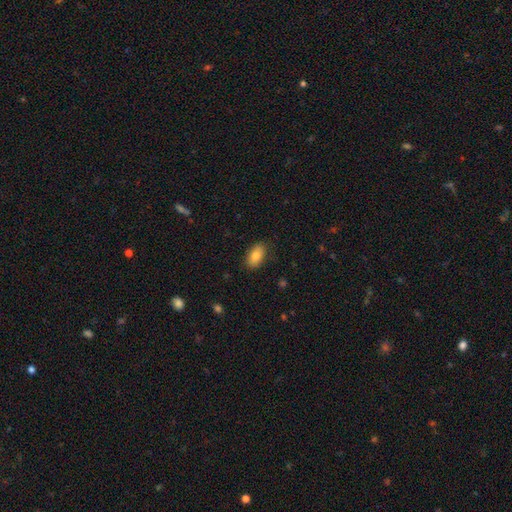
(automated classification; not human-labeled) A smooth galaxy with no disk features (82%) that is in between round and cigar-shaped (90%).

Vote fractions:
- Smooth or featured? smooth: 82% / featured or disk: 10% / star or artifact: 7%
- How rounded? in between: 90% / round: 7% / cigar-shaped: 2%
- Merging? none: 84% / minor disturbance: 12% / major disturbance: 3% / merger: 1%